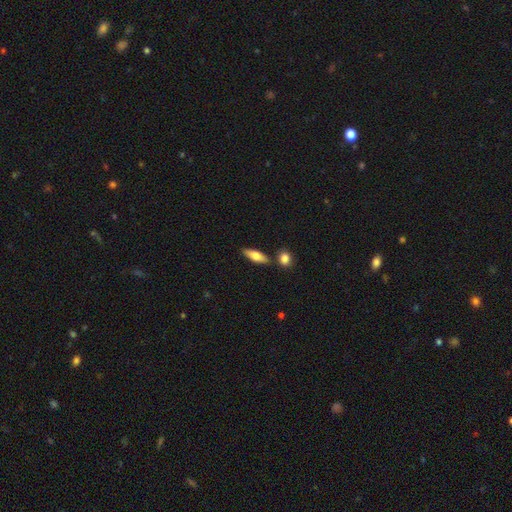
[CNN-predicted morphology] Q: Smooth or featured?
A: smooth (71%); runner-up: featured or disk (23%)
Q: How rounded?
A: in between (61%); runner-up: cigar-shaped (36%)
Q: Merging?
A: none (76%); runner-up: minor disturbance (11%)